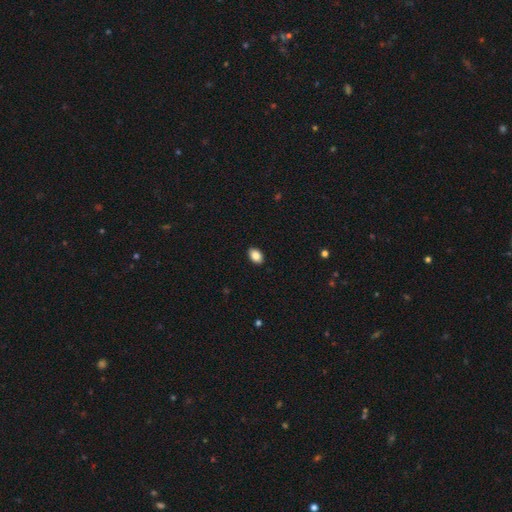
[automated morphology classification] Overall: smooth (86%). How rounded: in between (84%). Merging: none (91%).